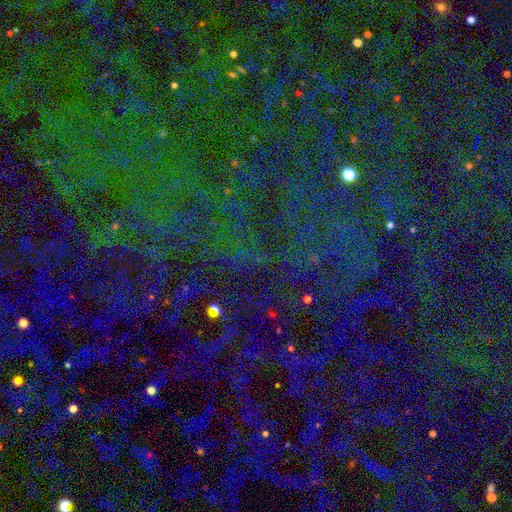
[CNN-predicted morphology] This is likely a star or artifact rather than a galaxy (77%).